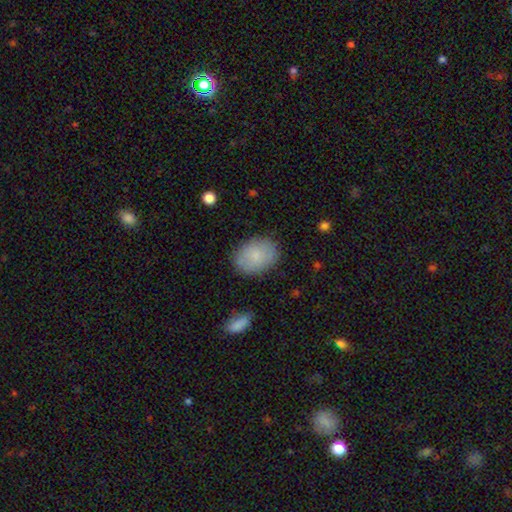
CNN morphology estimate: Smooth or featured?
  - smooth: 82% *
  - featured or disk: 11%
  - star or artifact: 6%
How rounded?
  - in between: 73% *
  - round: 26%
  - cigar-shaped: 1%
Merging?
  - none: 82% *
  - minor disturbance: 13%
  - major disturbance: 3%
  - merger: 2%